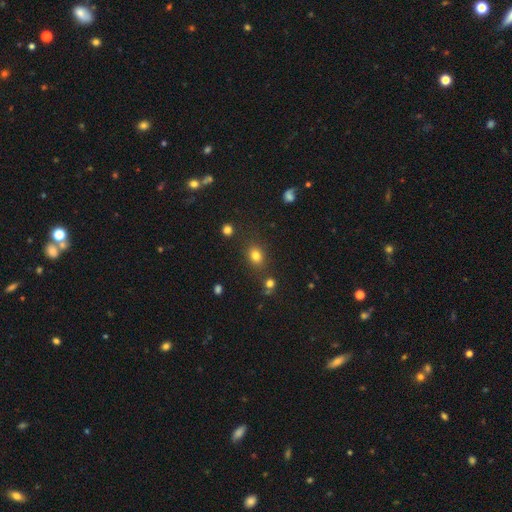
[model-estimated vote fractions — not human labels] This is likely a smooth galaxy (79%). How rounded: possibly round (53%). Merging: clearly none (81%).